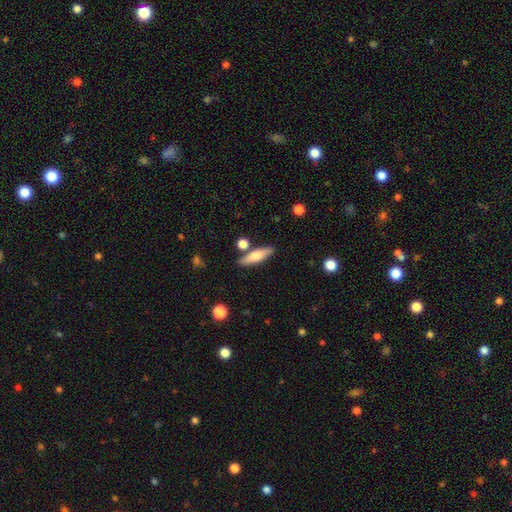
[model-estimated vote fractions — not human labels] This appears to be a smooth galaxy with no disk features (69%) that is cigar-shaped (64%). Merging: none (77%).